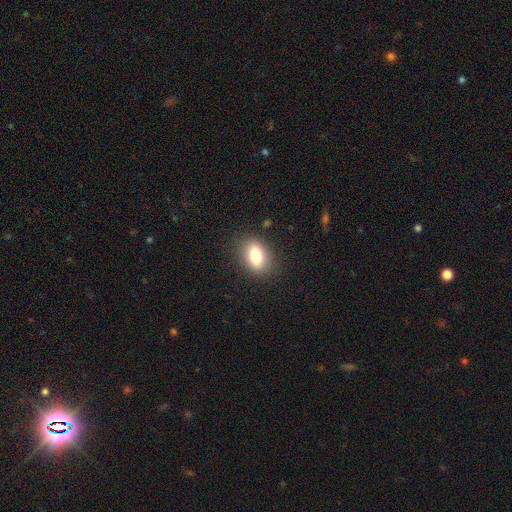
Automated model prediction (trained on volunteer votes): smooth_or_featured: smooth (p=0.79) [alt: featured or disk p=0.12]
how_rounded: in between (p=0.81) [alt: round p=0.17]
merging: none (p=0.85) [alt: minor disturbance p=0.11]